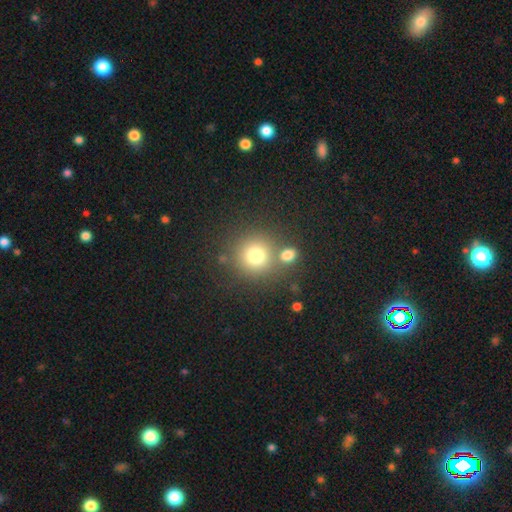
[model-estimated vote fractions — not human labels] The model was most divided on "merging": none: 70%, merger: 18%, minor disturbance: 8%, major disturbance: 4%. More confident: how rounded — round (92%); smooth or featured — smooth (76%).